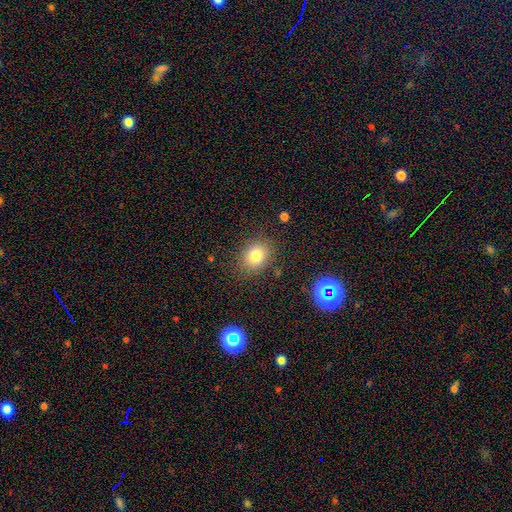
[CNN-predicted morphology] smooth 80%, star or artifact 12%, featured or disk 9%. Down the decision tree: how rounded — in between (51%); merging — none (84%).